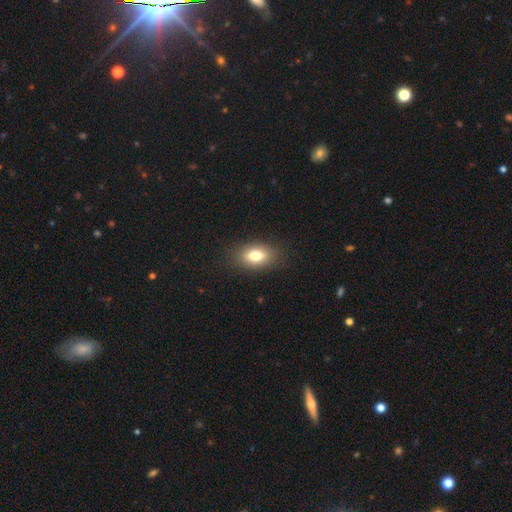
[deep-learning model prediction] A smooth galaxy with no disk features (77%) that is in between round and cigar-shaped (85%). Merging: none (86%).